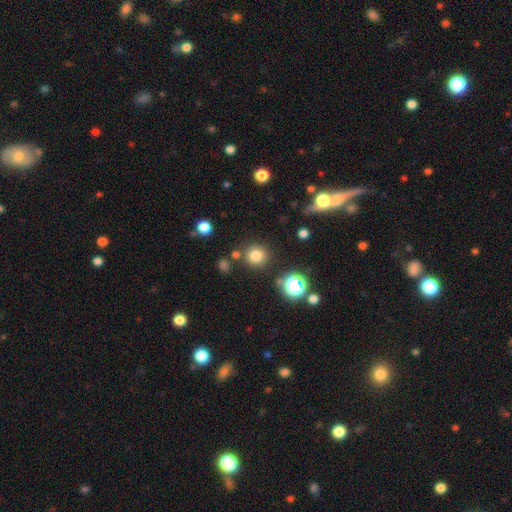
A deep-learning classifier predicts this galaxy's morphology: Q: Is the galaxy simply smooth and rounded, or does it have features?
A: smooth — 77%.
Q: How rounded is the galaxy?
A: round — 91%.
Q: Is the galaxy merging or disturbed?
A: none — 84%.